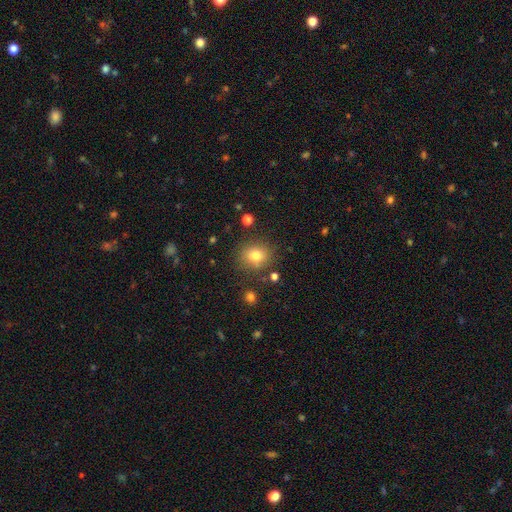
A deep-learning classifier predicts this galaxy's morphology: smooth_or_featured: smooth (p=0.78) [alt: star or artifact p=0.13]
how_rounded: round (p=0.73) [alt: in between p=0.26]
merging: none (p=0.83) [alt: minor disturbance p=0.10]